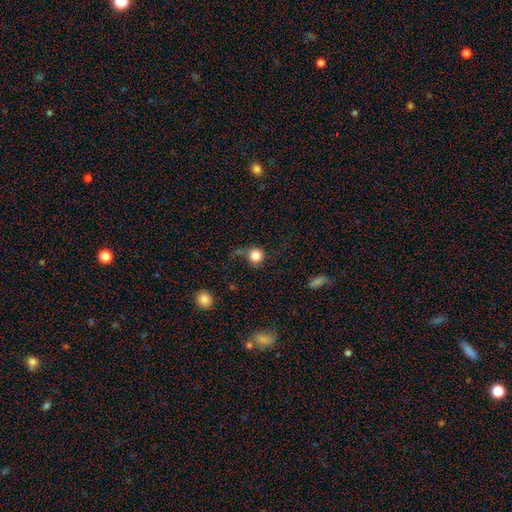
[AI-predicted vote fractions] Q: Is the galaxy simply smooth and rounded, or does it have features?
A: smooth — 84%.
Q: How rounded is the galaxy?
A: round — 93%.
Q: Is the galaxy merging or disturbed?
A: none — 68%.